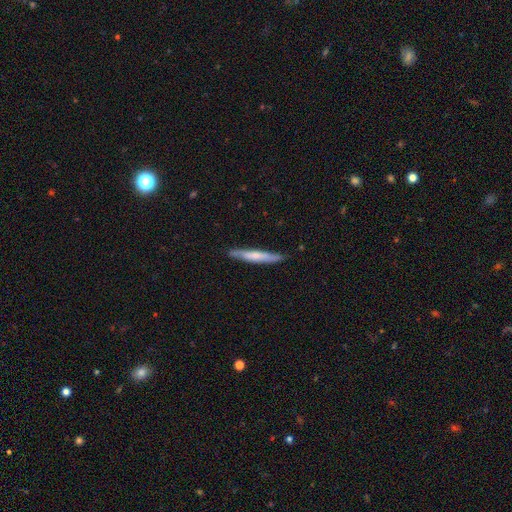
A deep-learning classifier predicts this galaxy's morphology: Smooth or featured?
  - smooth: 56% *
  - featured or disk: 39%
  - star or artifact: 5%
How rounded?
  - cigar-shaped: 94% *
  - in between: 4%
  - round: 1%
Merging?
  - none: 85% *
  - minor disturbance: 11%
  - major disturbance: 2%
  - merger: 1%